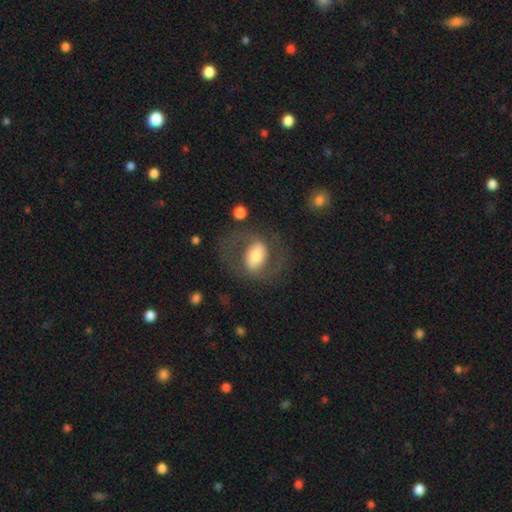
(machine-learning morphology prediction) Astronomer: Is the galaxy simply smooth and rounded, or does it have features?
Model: featured or disk — 62%.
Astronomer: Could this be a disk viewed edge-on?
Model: no — 95%.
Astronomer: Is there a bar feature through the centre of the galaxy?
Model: weak — 34%, tied with strong at 34%.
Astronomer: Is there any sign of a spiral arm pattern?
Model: yes — 74%.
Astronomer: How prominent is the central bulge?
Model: moderate — 50%.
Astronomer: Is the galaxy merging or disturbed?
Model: none — 65%.